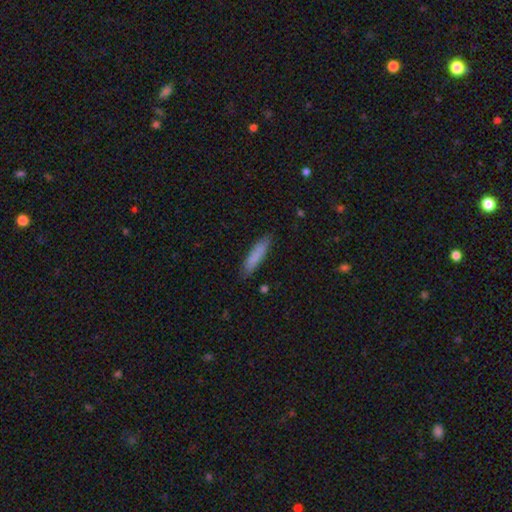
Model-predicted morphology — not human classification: Smooth or featured? smooth (84%)
How rounded? cigar-shaped (82%)
Merging? none (84%)